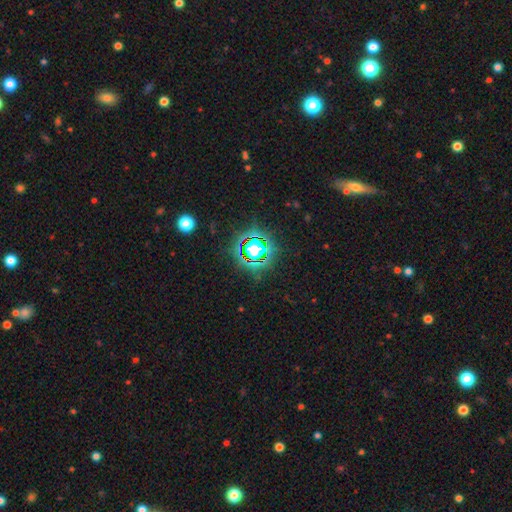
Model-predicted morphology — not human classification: This appears to be a star or artifact, not a galaxy (78%).